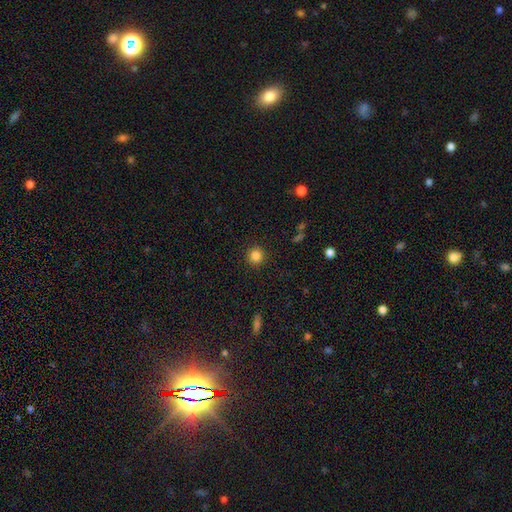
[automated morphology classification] This appears to be a smooth galaxy with no disk features (84%) that is round (93%). Merging: none (91%).